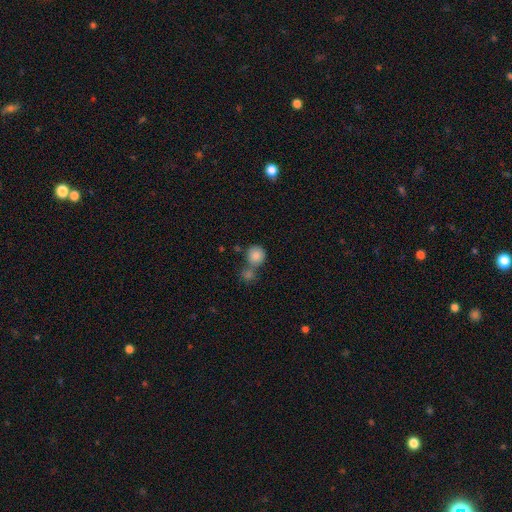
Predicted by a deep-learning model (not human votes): Smooth or featured: smooth — 85% (star or artifact — 9%)
How rounded: round — 87% (in between — 12%)
Merging: none — 48% (merger — 39%)